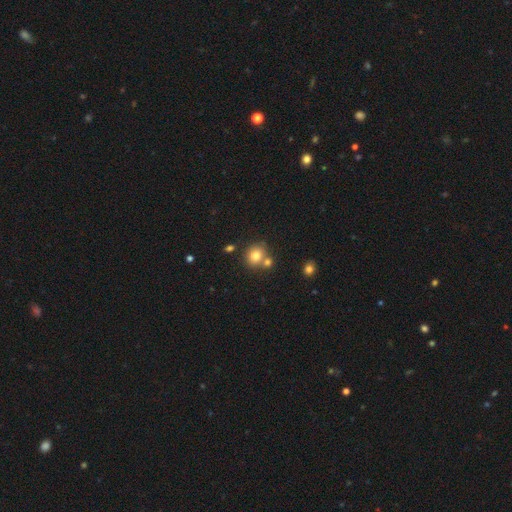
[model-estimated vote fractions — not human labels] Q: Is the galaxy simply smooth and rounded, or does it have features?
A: smooth — 79%.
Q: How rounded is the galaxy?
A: round — 77%.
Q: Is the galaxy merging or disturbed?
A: none — 58%.